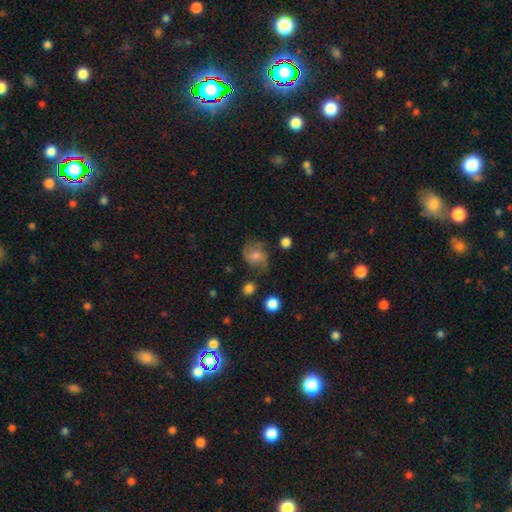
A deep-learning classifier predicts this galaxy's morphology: smooth_or_featured: featured or disk (p=0.51) [alt: smooth p=0.37]
disk_edge_on: no (p=0.97) [alt: yes p=0.03]
merging: none (p=0.65) [alt: minor disturbance p=0.22]